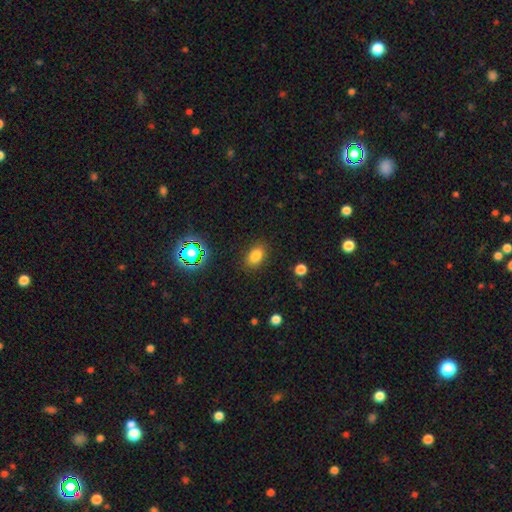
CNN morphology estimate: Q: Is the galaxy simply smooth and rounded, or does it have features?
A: smooth — 79%.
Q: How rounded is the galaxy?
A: in between — 82%.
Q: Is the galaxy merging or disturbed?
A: none — 86%.